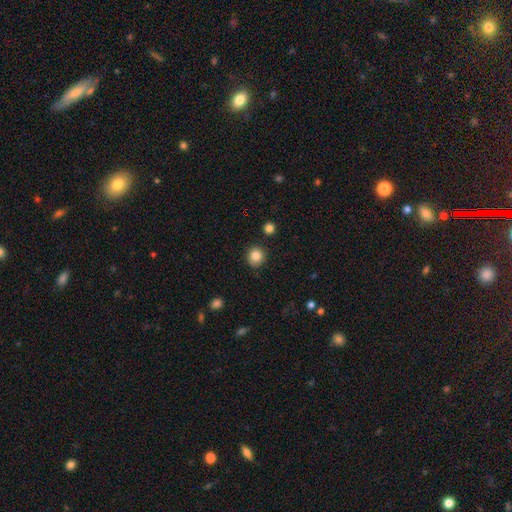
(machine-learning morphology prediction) Smooth or featured? smooth (84%)
How rounded? round (91%)
Merging? none (88%)